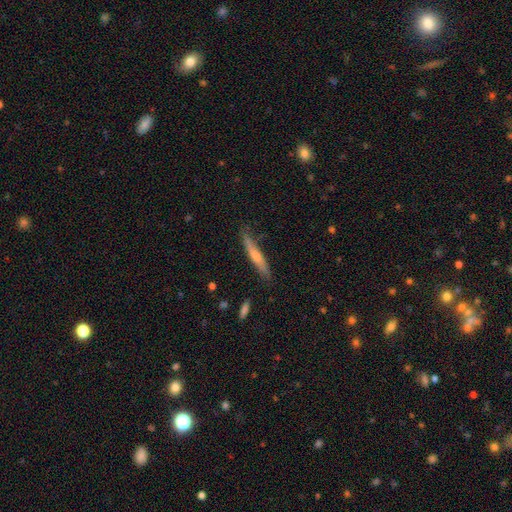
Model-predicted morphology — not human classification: smooth-or-featured: smooth: 50% | featured or disk: 44% | star or artifact: 6%
  how-rounded: cigar-shaped: 93% | in between: 6% | round: 2%
  merging: none: 75% | minor disturbance: 19% | major disturbance: 4% | merger: 2%